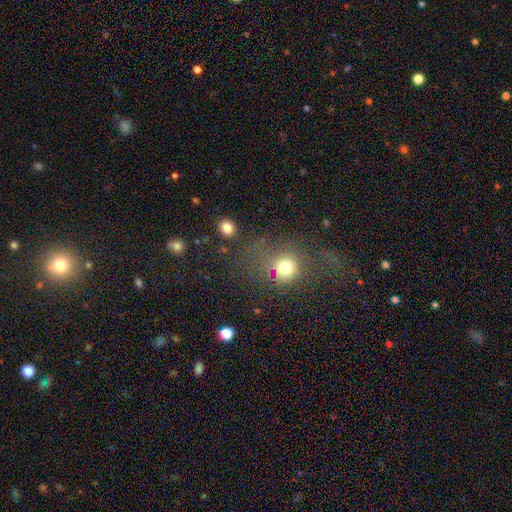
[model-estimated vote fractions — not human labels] A smooth galaxy with no disk features (55%) that is round (68%).

Vote fractions:
- Smooth or featured? smooth: 55% / star or artifact: 30% / featured or disk: 15%
- How rounded? round: 68% / in between: 29% / cigar-shaped: 3%
- Merging? none: 55% / major disturbance: 20% / minor disturbance: 19% / merger: 6%